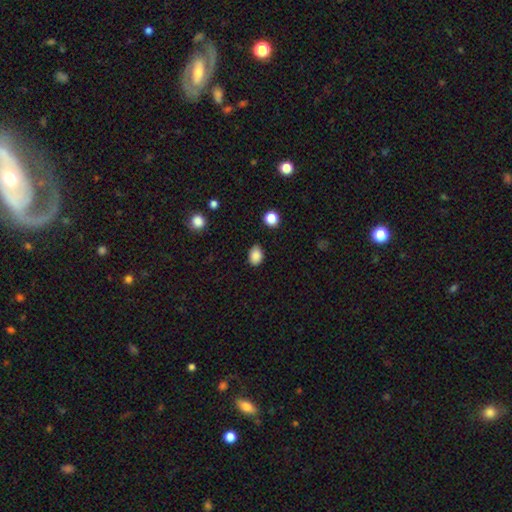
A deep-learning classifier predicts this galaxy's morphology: The model was most divided on "how rounded": in between: 73%, round: 26%, cigar-shaped: 1%. More confident: smooth or featured — smooth (87%); merging — none (81%).